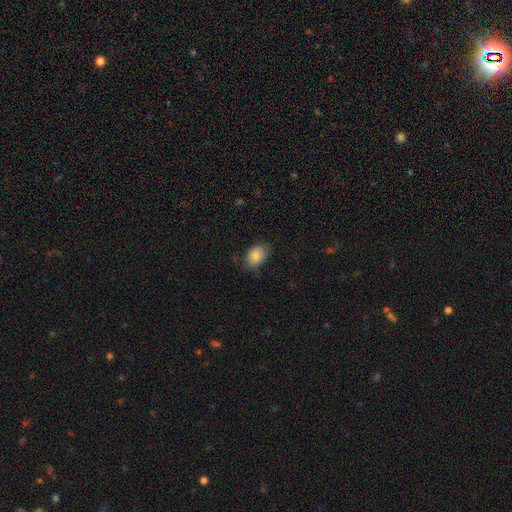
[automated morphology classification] A smooth galaxy with no disk features (84%) that is in between round and cigar-shaped (76%).

Vote fractions:
- Smooth or featured? smooth: 84% / featured or disk: 8% / star or artifact: 8%
- How rounded? in between: 76% / round: 23% / cigar-shaped: 1%
- Merging? none: 73% / minor disturbance: 21% / major disturbance: 4% / merger: 1%